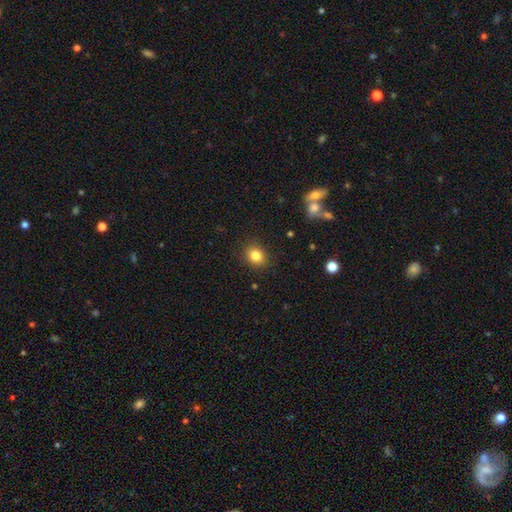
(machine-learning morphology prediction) Overall: smooth (84%). How rounded: round (57%; in between 42%). Merging: none (87%).